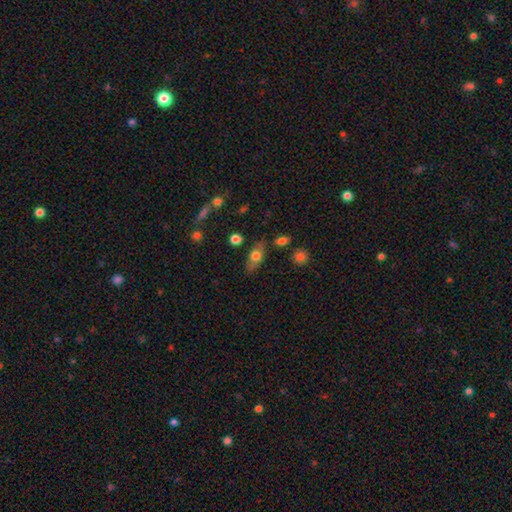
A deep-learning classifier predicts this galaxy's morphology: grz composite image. It shows a smooth galaxy with no disk features (66%) that is in between round and cigar-shaped (80%). Merging: none (73%).